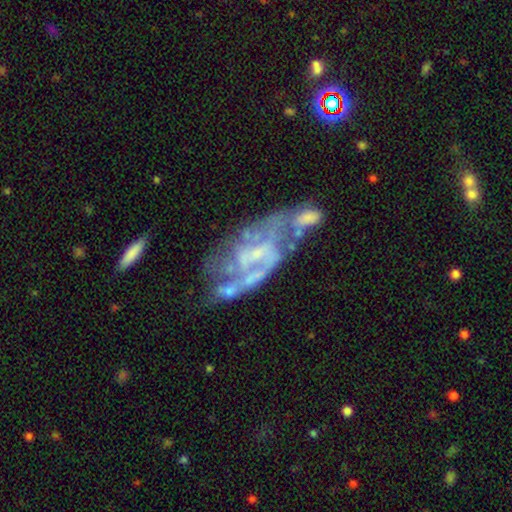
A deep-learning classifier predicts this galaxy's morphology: This is clearly a featured or disk galaxy (82%). It is clearly not viewed edge-on (95%). Bar: marginally no (42%). Spiral arm pattern: likely yes (77%). Spiral arm count: possibly 2 (55%). Spiral winding: marginally medium (43%). Central bulge: possibly small (50%). Merging: marginally merger (30%).